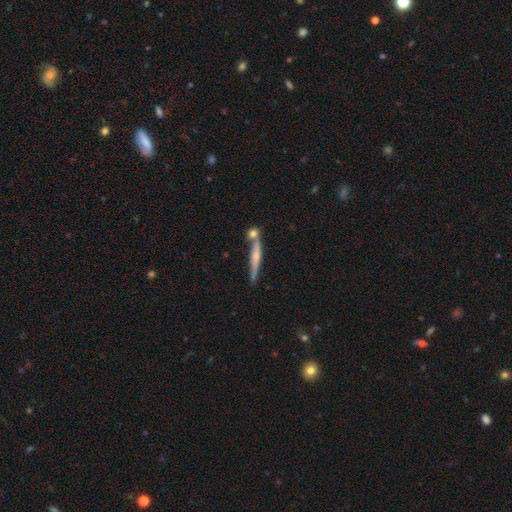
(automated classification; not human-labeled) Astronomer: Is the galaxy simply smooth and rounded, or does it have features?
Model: featured or disk — 60%.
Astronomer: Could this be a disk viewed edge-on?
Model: yes — 96%.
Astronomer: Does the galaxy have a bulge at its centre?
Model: rounded — 64%.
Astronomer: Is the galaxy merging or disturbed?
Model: none — 70%.